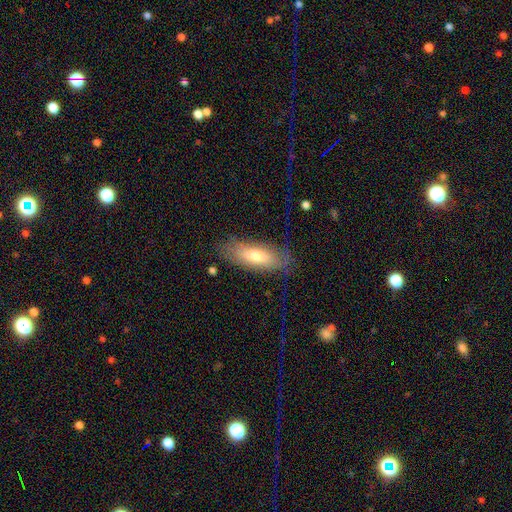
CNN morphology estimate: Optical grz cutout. It shows a smooth galaxy with no disk features (68%) that is in between round and cigar-shaped (67%). Merging: none (75%).